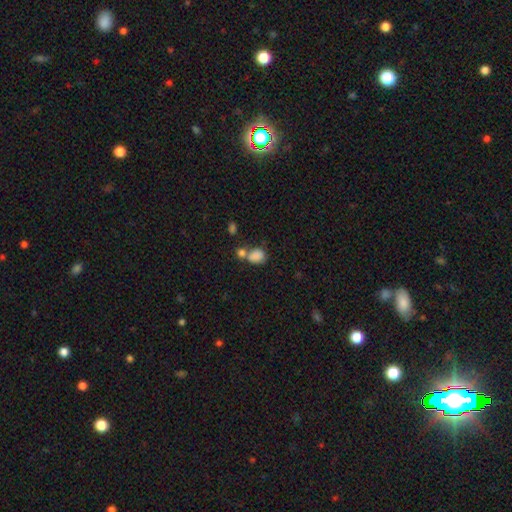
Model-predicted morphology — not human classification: smooth-or-featured: smooth: 83% | star or artifact: 10% | featured or disk: 7%
  how-rounded: in between: 64% | round: 34% | cigar-shaped: 1%
  merging: merger: 43% | none: 38% | minor disturbance: 13% | major disturbance: 6%